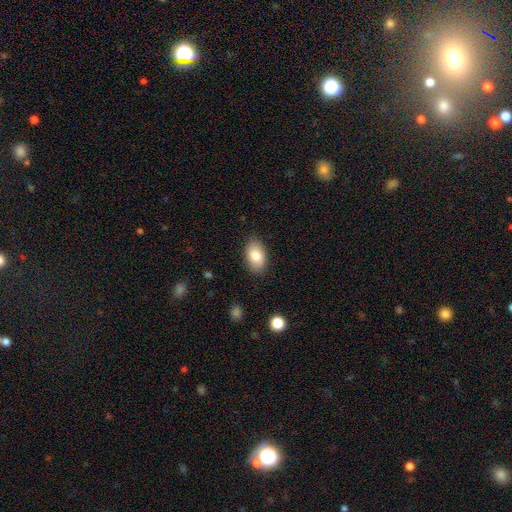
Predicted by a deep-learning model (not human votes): A smooth galaxy with no disk features (83%) that is in between round and cigar-shaped (92%).

Vote fractions:
- Smooth or featured? smooth: 83% / featured or disk: 10% / star or artifact: 7%
- How rounded? in between: 92% / round: 6% / cigar-shaped: 1%
- Merging? none: 86% / minor disturbance: 11% / major disturbance: 3% / merger: 1%